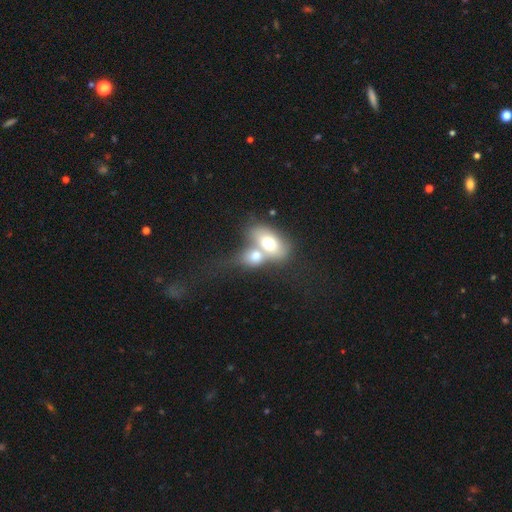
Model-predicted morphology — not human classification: The model was most divided on "smooth or featured": smooth: 67%, featured or disk: 25%, star or artifact: 8%. More confident: how rounded — in between (77%); merging — merger (68%).